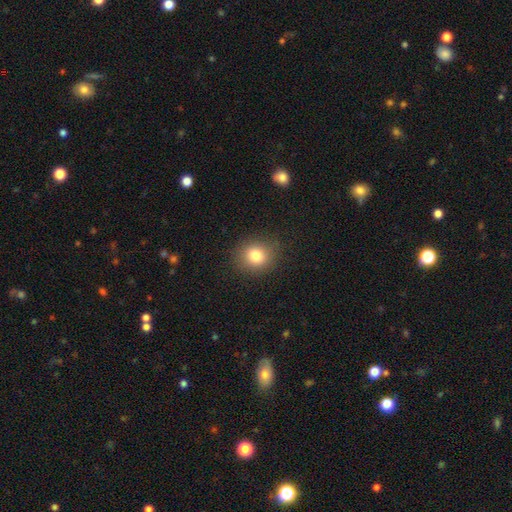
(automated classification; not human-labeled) smooth 80%, star or artifact 12%, featured or disk 8%. Down the decision tree: how rounded — round (77%); merging — none (87%).